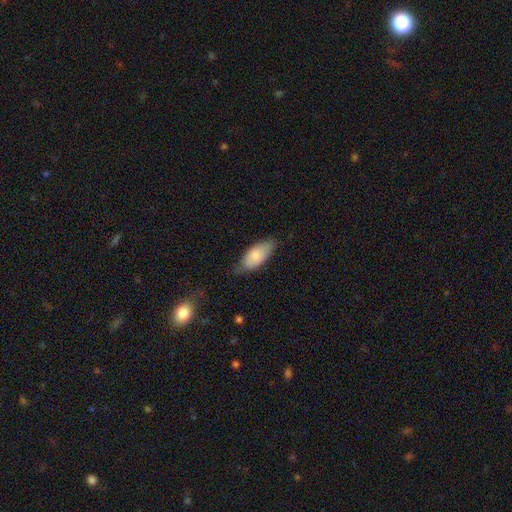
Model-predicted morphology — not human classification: Smooth or featured? Predicted: smooth (p=0.80). How rounded? Predicted: in between (p=0.86). Merging? Predicted: none (p=0.62).